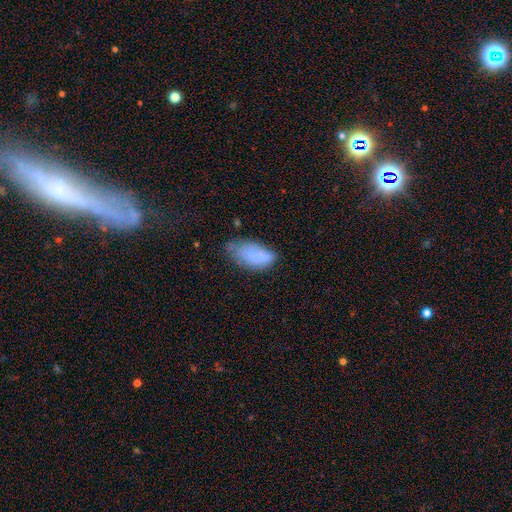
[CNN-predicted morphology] This appears to be a smooth galaxy with no disk features (80%) that is in between round and cigar-shaped (93%). Merging: none (42%).